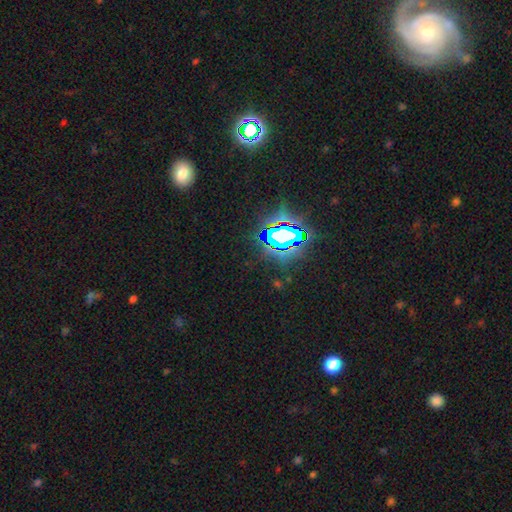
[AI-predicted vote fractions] The model was most divided on "smooth or featured": star or artifact: 80%, smooth: 12%, featured or disk: 8%.